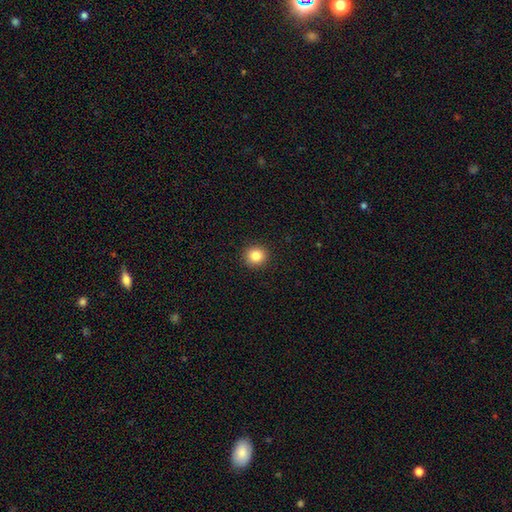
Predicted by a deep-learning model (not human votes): The model was most divided on "smooth or featured": smooth: 84%, star or artifact: 11%, featured or disk: 5%. More confident: how rounded — round (93%); merging — none (93%).